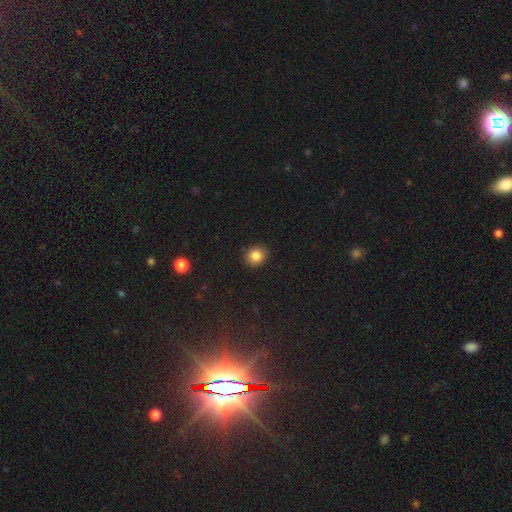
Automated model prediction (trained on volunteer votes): Smooth or featured? smooth (84%)
How rounded? round (71%)
Merging? none (89%)